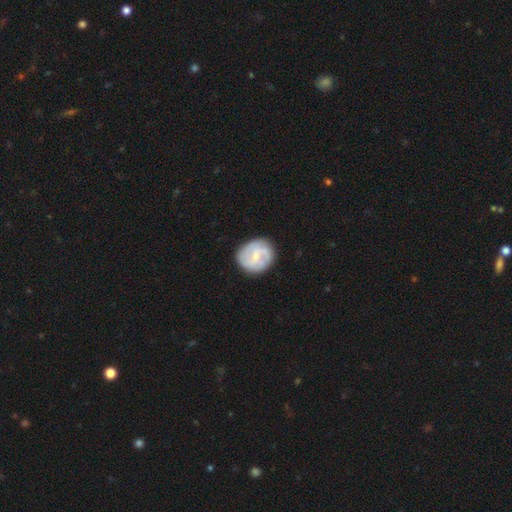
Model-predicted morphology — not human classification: A featured or disk galaxy (62%) with a weak bar (51%), spiral arms (82%) and a small central bulge (59%).

Vote fractions:
- Smooth or featured? featured or disk: 62% / smooth: 33% / star or artifact: 6%
- Edge-on disk? no: 98% / yes: 2%
- Bar? weak: 51% / no: 38% / strong: 11%
- Spiral arms? yes: 82% / no: 18%
- Bulge size? small: 59% / moderate: 32% / none: 7% / large: 2% / dominant: 1%
- Merging? none: 79% / minor disturbance: 15% / major disturbance: 5% / merger: 1%